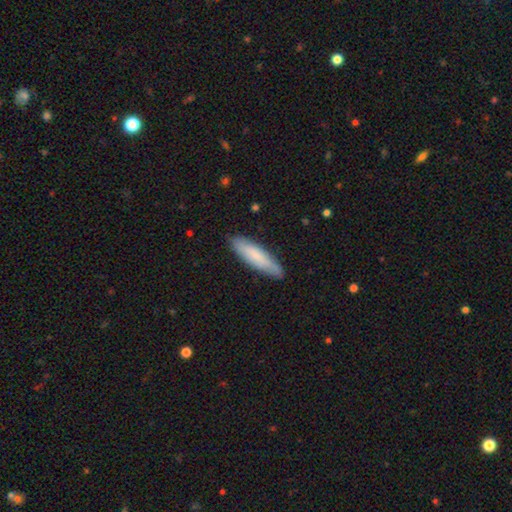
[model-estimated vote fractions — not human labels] Smooth or featured? Predicted: smooth (p=0.75). How rounded? Predicted: cigar-shaped (p=0.72). Merging? Predicted: none (p=0.82).